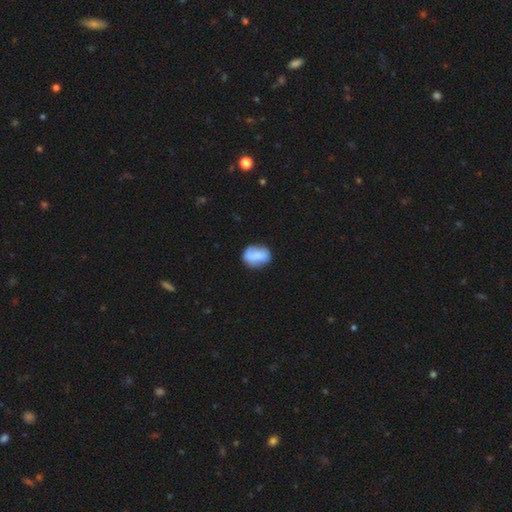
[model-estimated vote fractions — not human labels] smooth-or-featured: smooth: 72% | featured or disk: 20% | star or artifact: 7%
  how-rounded: in between: 71% | round: 27% | cigar-shaped: 3%
  merging: none: 66% | minor disturbance: 24% | major disturbance: 6% | merger: 4%